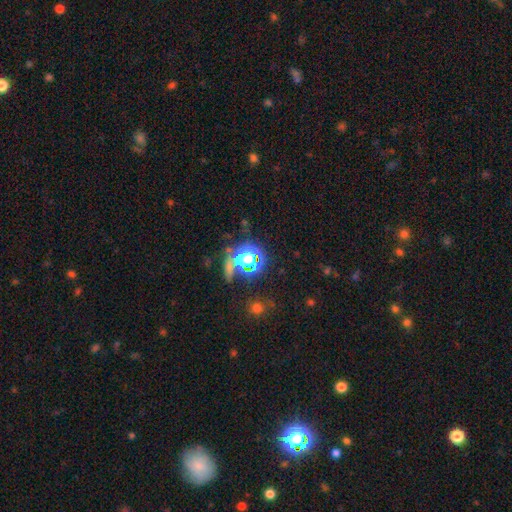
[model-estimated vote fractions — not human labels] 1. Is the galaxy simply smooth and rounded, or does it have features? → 51% star or artifact, 37% smooth, 12% featured or disk.